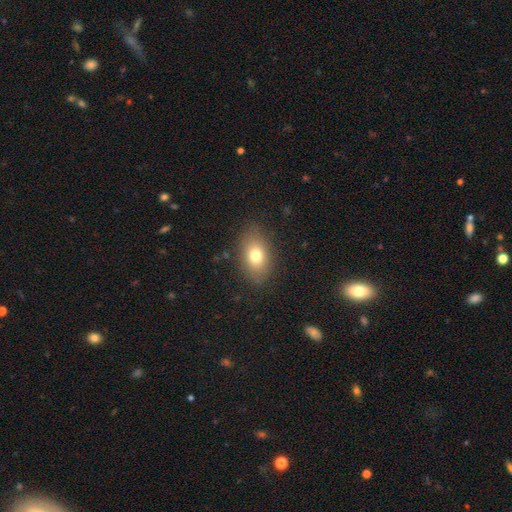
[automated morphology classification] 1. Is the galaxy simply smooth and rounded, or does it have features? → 74% smooth, 15% featured or disk, 11% star or artifact.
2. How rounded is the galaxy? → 83% in between, 15% round, 2% cigar-shaped.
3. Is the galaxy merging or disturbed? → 84% none, 11% minor disturbance, 4% major disturbance, 1% merger.